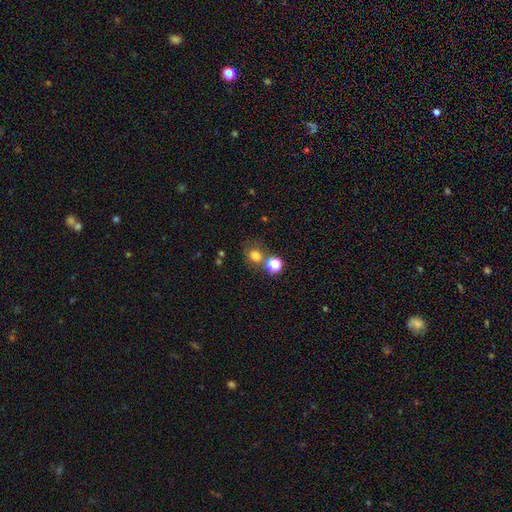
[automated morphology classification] Overall: smooth (73%). How rounded: round (80%). Merging: none (65%).